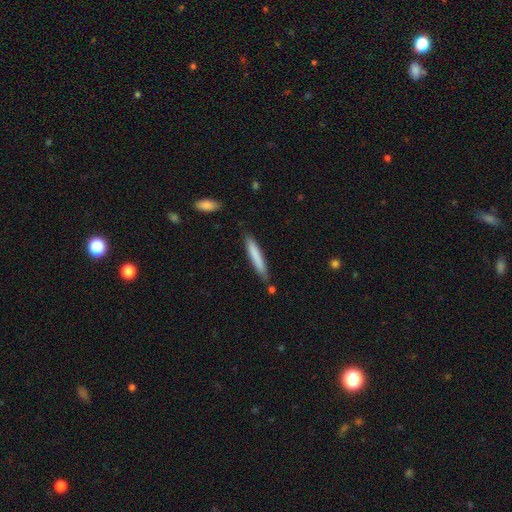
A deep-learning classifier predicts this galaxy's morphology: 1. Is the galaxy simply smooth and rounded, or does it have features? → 78% smooth, 16% featured or disk, 6% star or artifact.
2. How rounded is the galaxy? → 93% cigar-shaped, 6% in between, 1% round.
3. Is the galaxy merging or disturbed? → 81% none, 13% minor disturbance, 4% merger, 2% major disturbance.